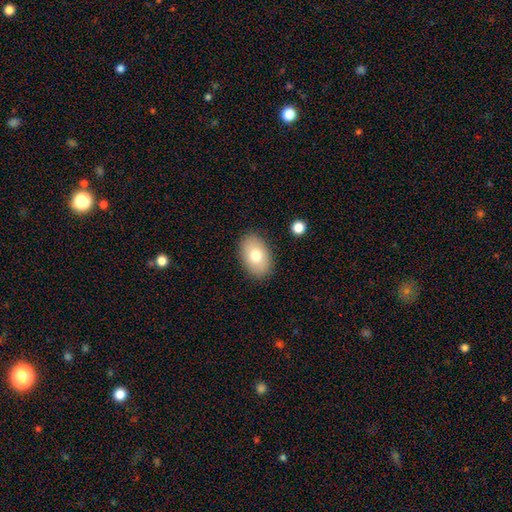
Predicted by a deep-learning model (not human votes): Overall: smooth (76%). How rounded: in between (90%). Merging: none (87%).